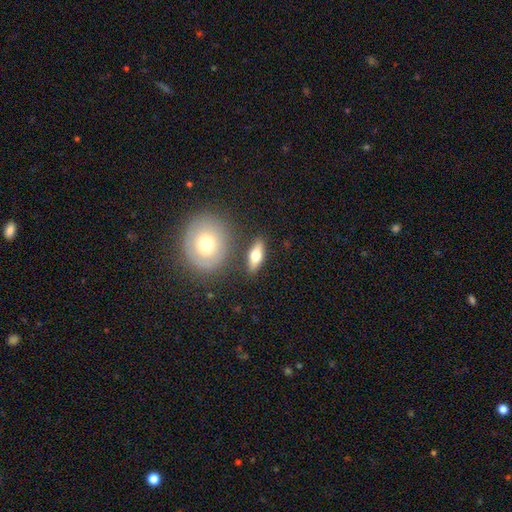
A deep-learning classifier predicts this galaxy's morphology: Overall: smooth (61%; featured or disk 33%). How rounded: in between (64%; cigar-shaped 28%). Merging: none (81%).